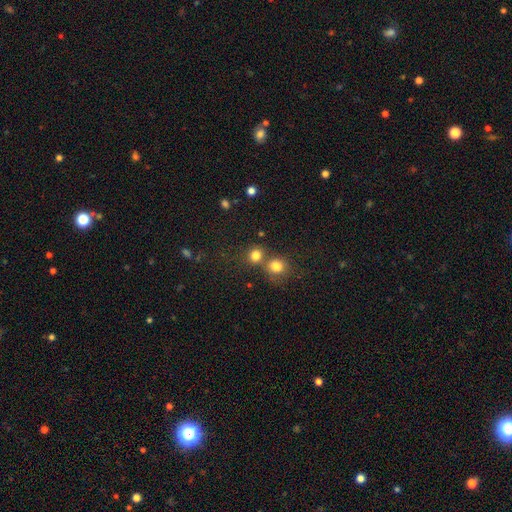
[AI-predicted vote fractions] The model was most divided on "merging": none: 52%, merger: 36%, minor disturbance: 8%, major disturbance: 4%. More confident: how rounded — round (81%); smooth or featured — smooth (79%).